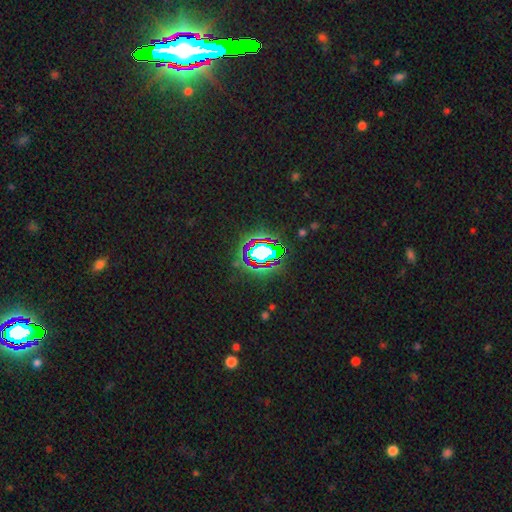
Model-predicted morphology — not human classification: Smooth or featured? Predicted: star or artifact (p=0.79).